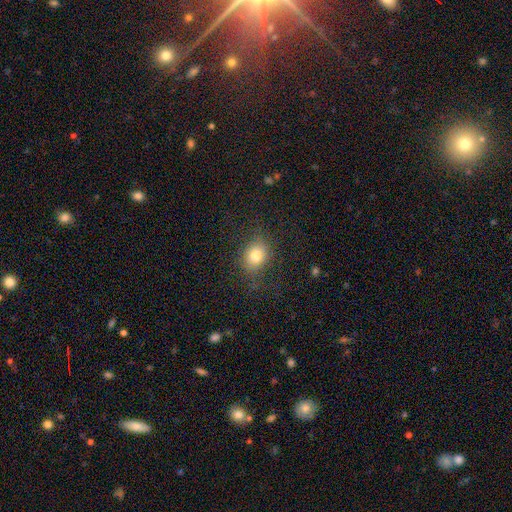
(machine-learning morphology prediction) Smooth or featured? Predicted: smooth (p=0.78). How rounded? Predicted: round (p=0.52). Merging? Predicted: none (p=0.75).